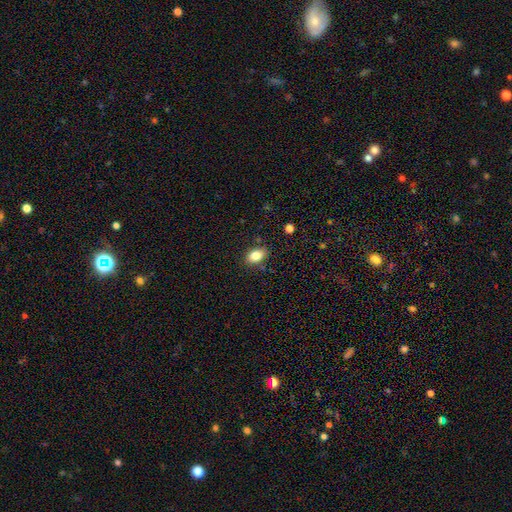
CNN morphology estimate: Smooth or featured? smooth (82%)
How rounded? in between (84%)
Merging? none (83%)